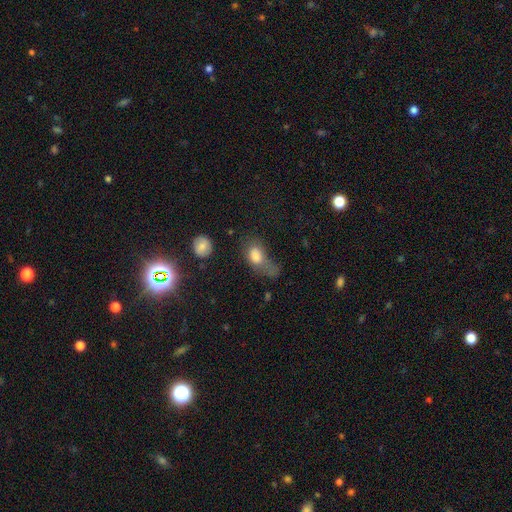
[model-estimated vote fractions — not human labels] This appears to be a smooth galaxy with no disk features (74%) that is in between round and cigar-shaped (77%). Merging: major disturbance (48%).